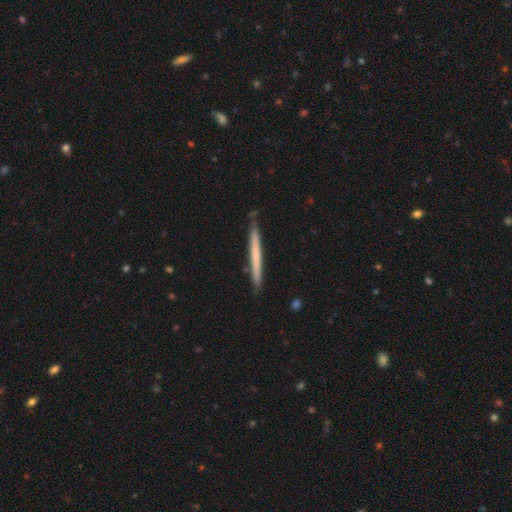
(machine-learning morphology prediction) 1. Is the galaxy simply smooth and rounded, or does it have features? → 54% smooth, 40% featured or disk, 5% star or artifact.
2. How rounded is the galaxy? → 97% cigar-shaped, 2% in between, 1% round.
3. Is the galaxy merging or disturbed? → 87% none, 10% minor disturbance, 2% merger, 1% major disturbance.